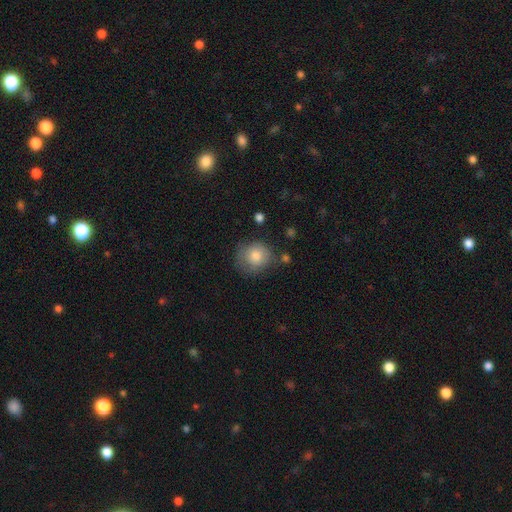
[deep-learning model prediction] smooth 80%, featured or disk 12%, star or artifact 8%. Down the decision tree: how rounded — round (85%); merging — none (68%).